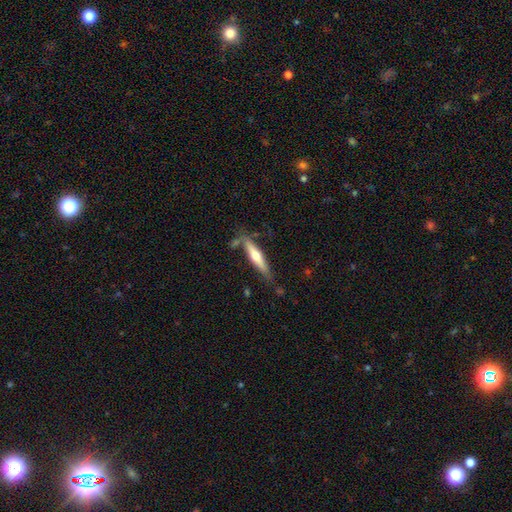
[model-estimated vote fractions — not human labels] This appears to be a featured or disk galaxy (54%) viewed edge-on (94%) with a rounded central bulge (88%). Merging: none (72%).